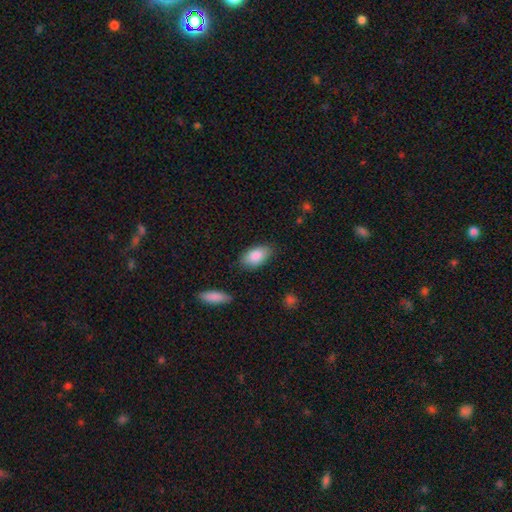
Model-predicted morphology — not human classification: A smooth galaxy with no disk features (87%) that is in between round and cigar-shaped (93%).

Vote fractions:
- Smooth or featured? smooth: 87% / featured or disk: 7% / star or artifact: 6%
- How rounded? in between: 93% / round: 4% / cigar-shaped: 3%
- Merging? none: 82% / minor disturbance: 13% / major disturbance: 3% / merger: 2%